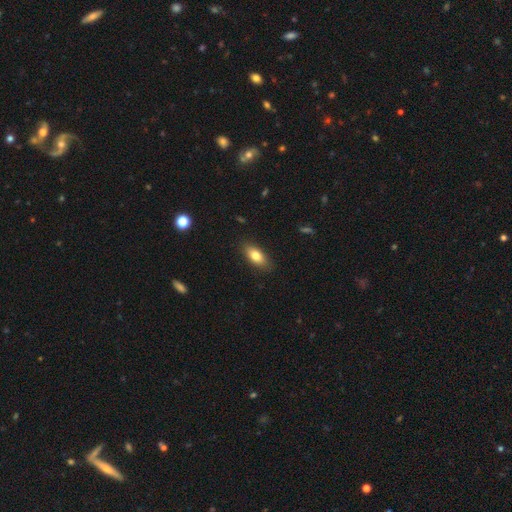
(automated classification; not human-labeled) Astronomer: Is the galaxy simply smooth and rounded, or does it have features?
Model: smooth — 78%.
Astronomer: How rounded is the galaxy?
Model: in between — 84%.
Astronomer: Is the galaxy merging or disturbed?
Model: none — 86%.